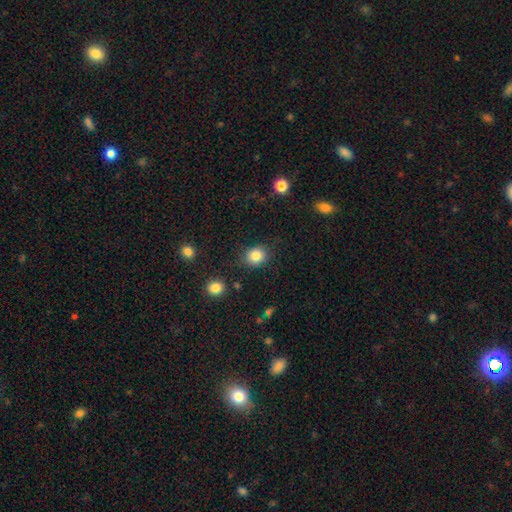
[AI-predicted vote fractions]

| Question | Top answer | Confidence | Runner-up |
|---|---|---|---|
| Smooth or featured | smooth | 85% | star or artifact (10%) |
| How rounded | round | 68% | in between (31%) |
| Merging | none | 79% | minor disturbance (14%) |